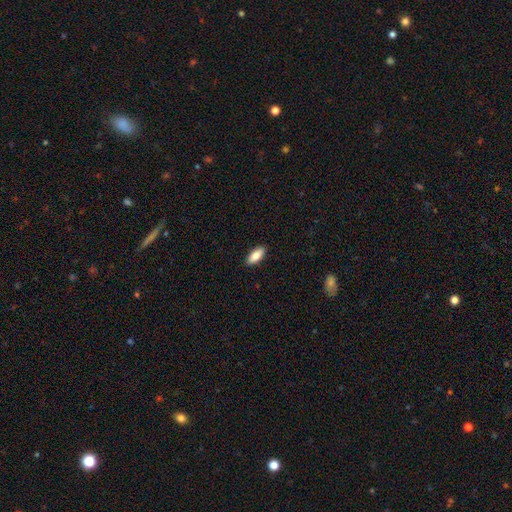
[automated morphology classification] The model was most divided on "how rounded": in between: 80%, cigar-shaped: 18%, round: 2%. More confident: merging — none (90%); smooth or featured — smooth (83%).